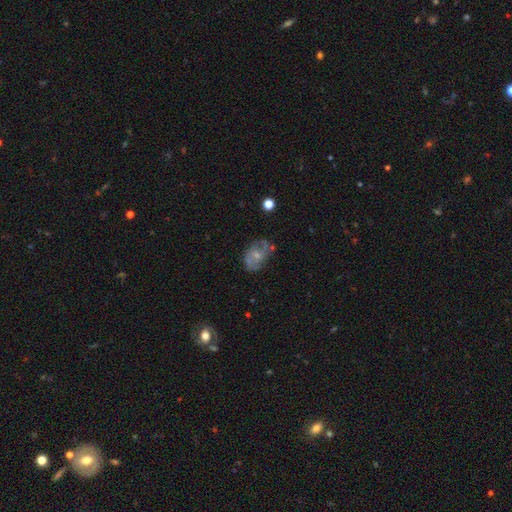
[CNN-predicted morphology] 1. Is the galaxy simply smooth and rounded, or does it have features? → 67% featured or disk, 25% smooth, 8% star or artifact.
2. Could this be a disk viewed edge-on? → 97% no, 3% yes.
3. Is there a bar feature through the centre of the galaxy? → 63% no, 31% weak, 5% strong.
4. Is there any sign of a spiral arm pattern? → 78% yes, 22% no.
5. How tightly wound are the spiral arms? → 47% medium, 29% loose, 24% tight.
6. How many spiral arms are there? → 67% 2, 20% can't tell, 6% 3, 3% 1, 2% 4, 2% more than 4.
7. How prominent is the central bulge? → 59% small, 32% moderate, 6% none, 2% large, 1% dominant.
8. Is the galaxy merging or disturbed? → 58% none, 24% minor disturbance, 13% major disturbance, 4% merger.